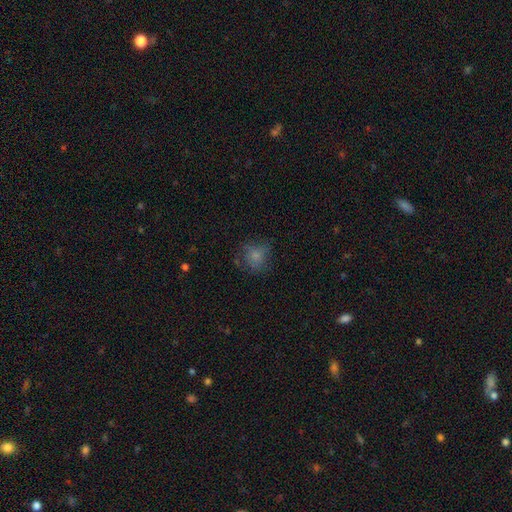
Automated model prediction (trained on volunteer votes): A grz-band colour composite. It shows a smooth galaxy with no disk features (73%) that is round (73%). Merging: none (61%).